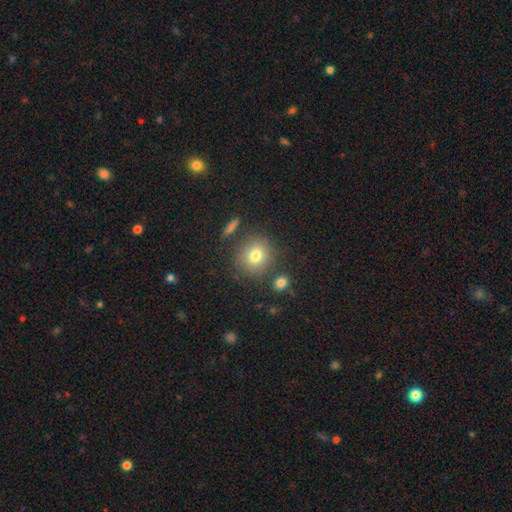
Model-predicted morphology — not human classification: A smooth galaxy with no disk features (78%) that is round (86%).

Vote fractions:
- Smooth or featured? smooth: 78% / star or artifact: 11% / featured or disk: 11%
- How rounded? round: 86% / in between: 12% / cigar-shaped: 1%
- Merging? none: 81% / minor disturbance: 10% / merger: 6% / major disturbance: 4%